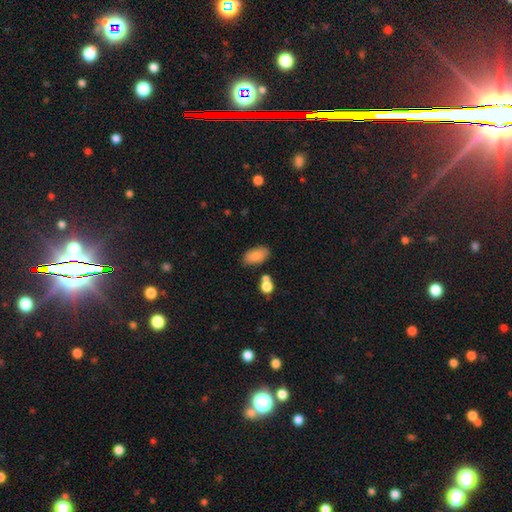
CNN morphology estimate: A smooth galaxy with no disk features (85%) that is in between round and cigar-shaped (92%).

Vote fractions:
- Smooth or featured? smooth: 85% / star or artifact: 8% / featured or disk: 7%
- How rounded? in between: 92% / round: 5% / cigar-shaped: 3%
- Merging? none: 78% / minor disturbance: 13% / merger: 6% / major disturbance: 3%